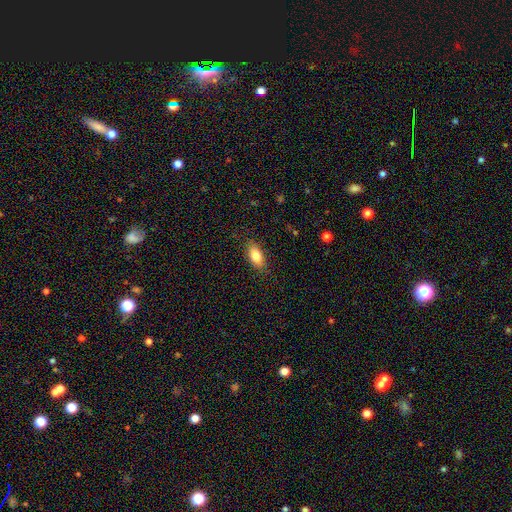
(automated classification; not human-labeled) Smooth or featured? smooth (81%)
How rounded? in between (88%)
Merging? none (84%)